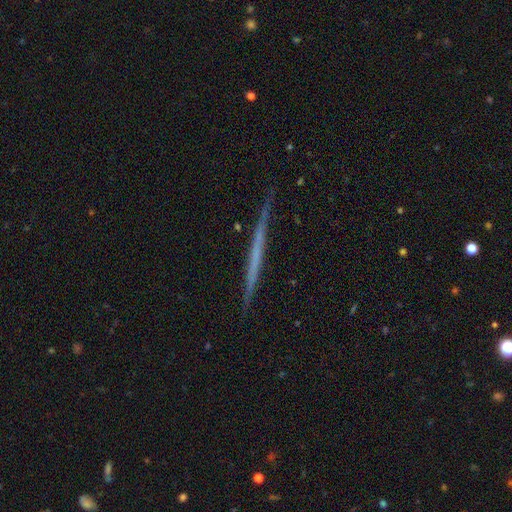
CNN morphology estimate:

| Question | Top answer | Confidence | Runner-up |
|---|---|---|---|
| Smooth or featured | featured or disk | 58% | smooth (35%) |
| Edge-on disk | yes | 97% | no (3%) |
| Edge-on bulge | none | 93% | rounded (4%) |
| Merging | none | 88% | minor disturbance (9%) |